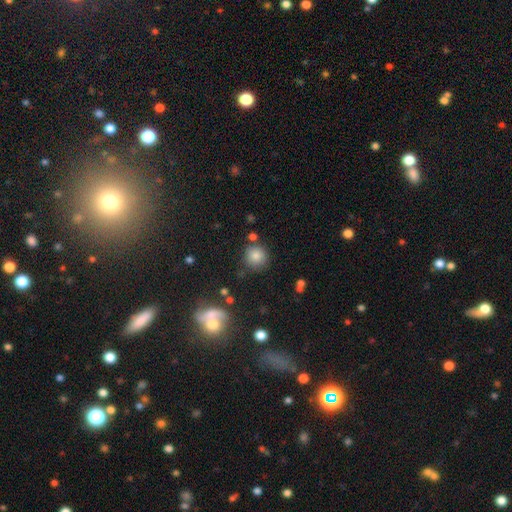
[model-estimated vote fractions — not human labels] Smooth or featured?
  - smooth: 80% *
  - star or artifact: 12%
  - featured or disk: 8%
How rounded?
  - round: 91% *
  - in between: 8%
  - cigar-shaped: 1%
Merging?
  - none: 79% *
  - minor disturbance: 11%
  - merger: 7%
  - major disturbance: 4%